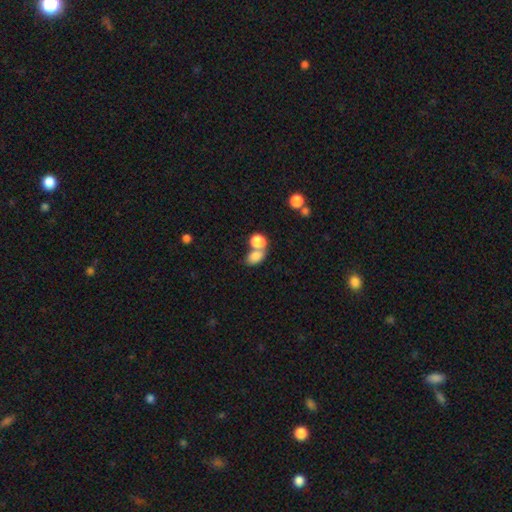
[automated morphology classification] Q: Smooth or featured?
A: smooth (81%); runner-up: featured or disk (10%)
Q: How rounded?
A: in between (78%); runner-up: round (21%)
Q: Merging?
A: merger (60%); runner-up: none (27%)